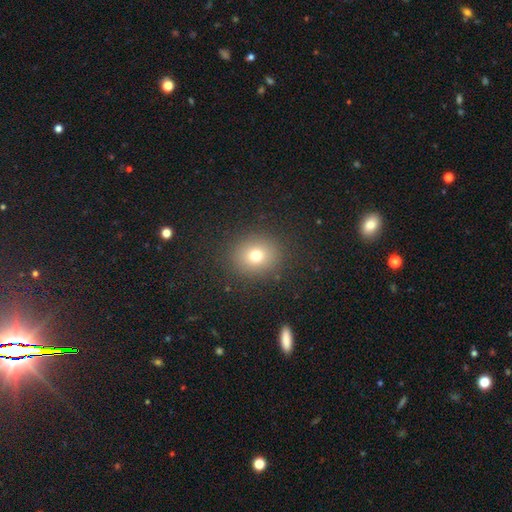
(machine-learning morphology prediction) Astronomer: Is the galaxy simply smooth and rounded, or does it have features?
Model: smooth — 75%.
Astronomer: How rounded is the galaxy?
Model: round — 75%.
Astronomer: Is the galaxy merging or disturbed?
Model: none — 88%.